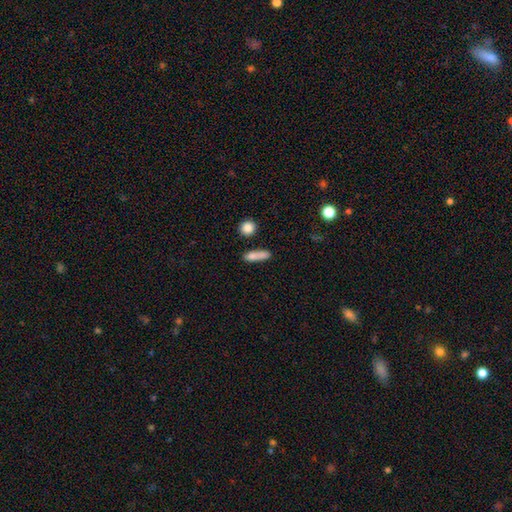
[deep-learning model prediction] Smooth or featured? smooth (79%)
How rounded? cigar-shaped (57%)
Merging? none (59%)